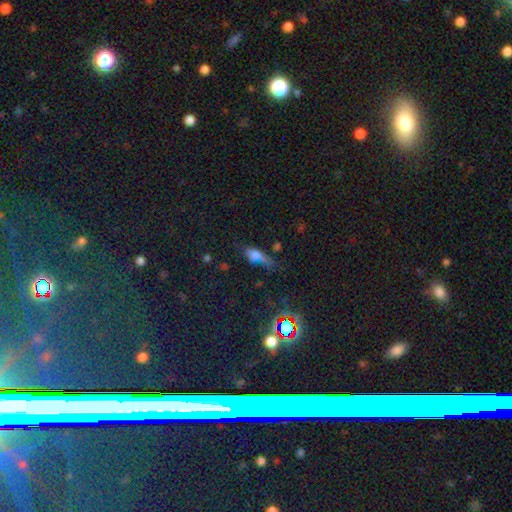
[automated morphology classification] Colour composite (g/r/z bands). It shows a smooth galaxy with no disk features (60%) that is in between round and cigar-shaped (60%). Merging: none (41%).